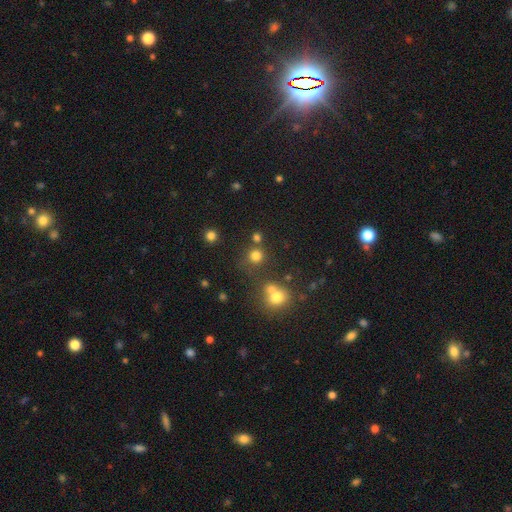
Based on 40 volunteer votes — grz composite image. It shows a smooth galaxy with no disk features (82%) that is round (91%). Merging: none (58%).